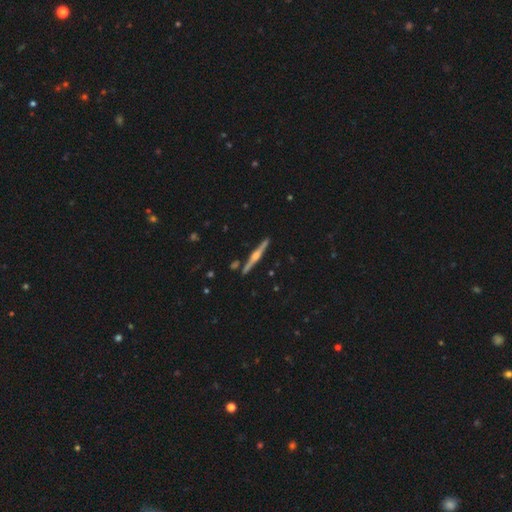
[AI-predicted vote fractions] A featured or disk galaxy (81%) viewed edge-on (98%) with a rounded central bulge (83%).

Vote fractions:
- Smooth or featured? featured or disk: 81% / smooth: 14% / star or artifact: 5%
- Edge-on disk? yes: 98% / no: 2%
- Edge-on bulge? rounded: 83% / boxy: 11% / none: 5%
- Merging? none: 89% / minor disturbance: 7% / merger: 3% / major disturbance: 1%